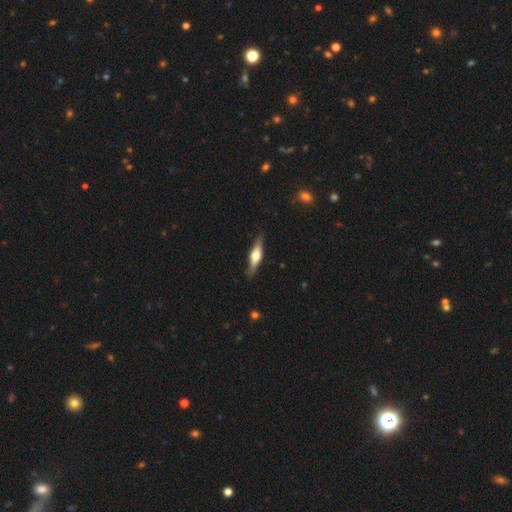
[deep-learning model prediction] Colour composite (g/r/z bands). It shows a featured or disk galaxy (57%) viewed edge-on (93%) with a rounded central bulge (92%). Merging: none (85%).